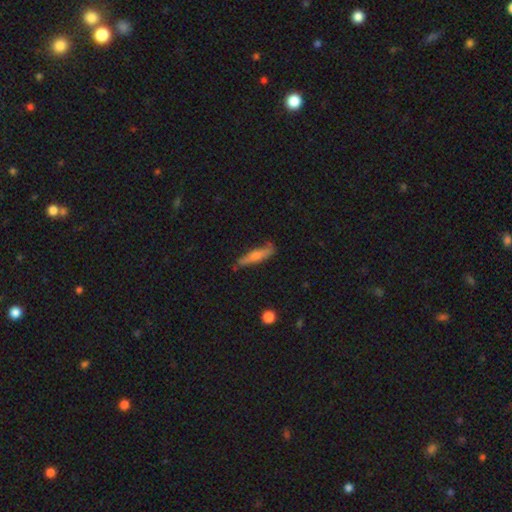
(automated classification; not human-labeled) A featured or disk galaxy (48%). Merging: none (77%).